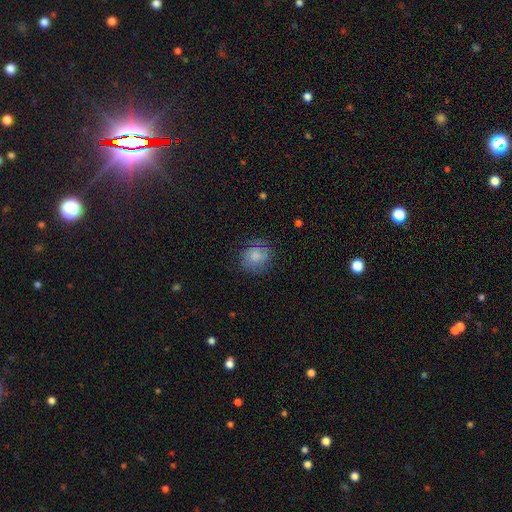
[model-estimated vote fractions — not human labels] Overall: smooth (73%). How rounded: round (75%). Merging: none (73%).